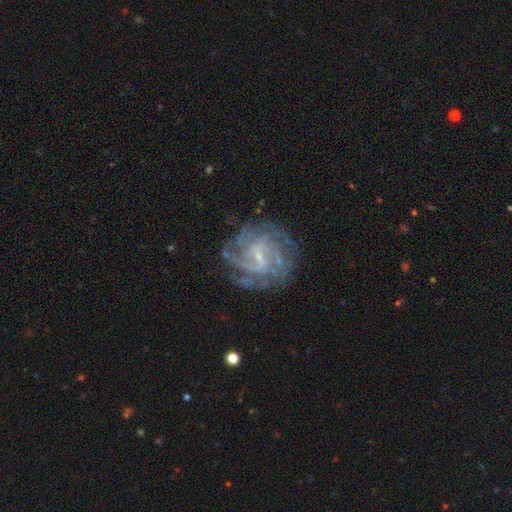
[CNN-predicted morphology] The model was most divided on "spiral arm count": can't tell: 32%, 3: 18%, 4: 17%, 2: 16%, more than 4: 9%, 1: 7%. More confident: edge-on disk — no (97%); spiral arms — yes (94%); smooth or featured — featured or disk (80%); merging — none (79%); bulge size — small (63%); spiral winding — tight (60%); bar — weak (54%).